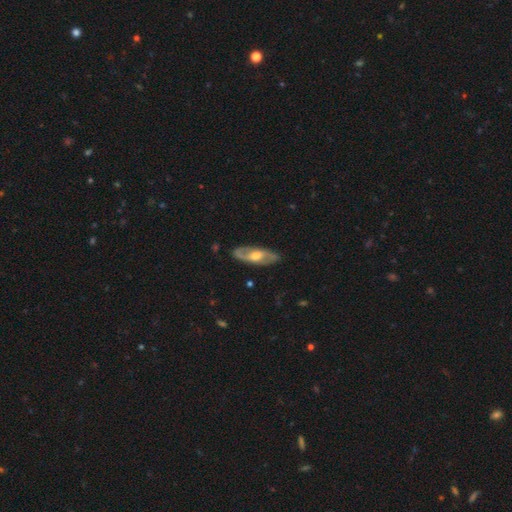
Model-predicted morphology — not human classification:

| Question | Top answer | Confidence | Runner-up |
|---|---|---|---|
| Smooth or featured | featured or disk | 73% | smooth (22%) |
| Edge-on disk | no | 81% | yes (19%) |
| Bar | no | 49% | weak (37%) |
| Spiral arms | yes | 75% | no (25%) |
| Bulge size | moderate | 66% | large (20%) |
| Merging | none | 85% | minor disturbance (11%) |